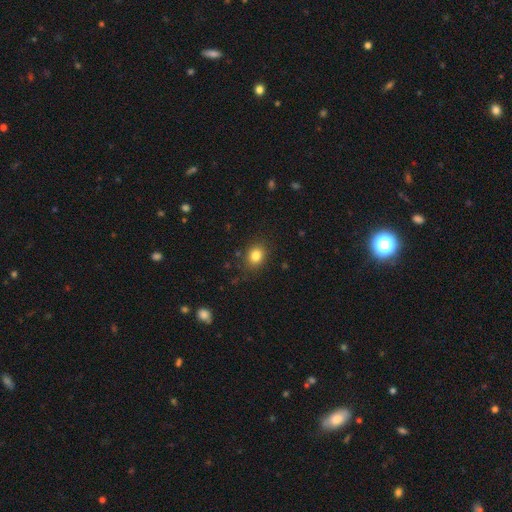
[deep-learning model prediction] smooth 83%, star or artifact 11%, featured or disk 6%. Down the decision tree: how rounded — round (52%); merging — none (85%).